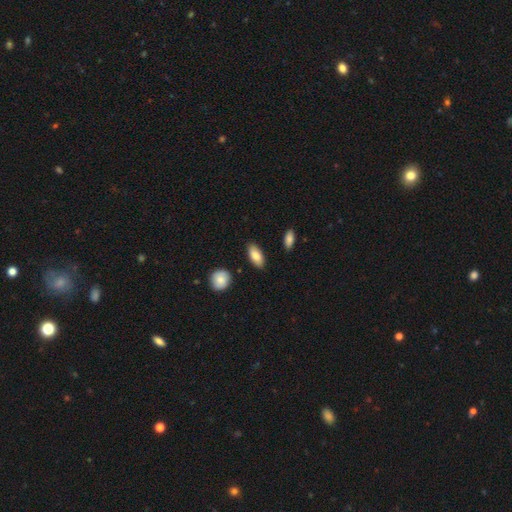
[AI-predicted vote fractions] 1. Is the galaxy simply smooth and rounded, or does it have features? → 84% smooth, 10% featured or disk, 6% star or artifact.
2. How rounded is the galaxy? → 88% in between, 9% cigar-shaped, 2% round.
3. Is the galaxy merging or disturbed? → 86% none, 10% minor disturbance, 2% merger, 2% major disturbance.